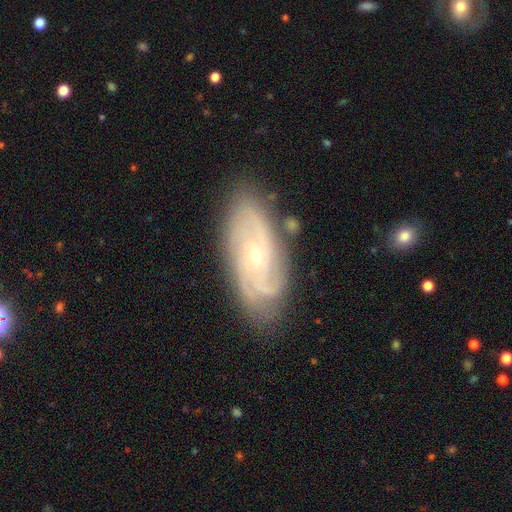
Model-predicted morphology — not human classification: This appears to be a featured or disk galaxy (83%) with no bar (69%), 3 (28%) tight (59%) spiral arms (96%) and a small central bulge (77%). Merging: none (80%).